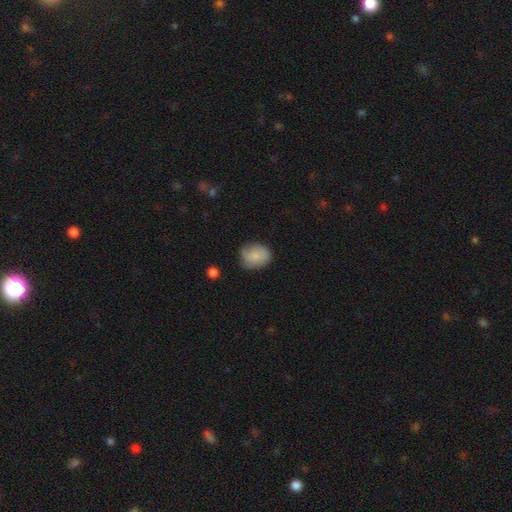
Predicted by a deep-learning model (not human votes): This appears to be a smooth galaxy with no disk features (74%) that is round (55%). Merging: none (67%).